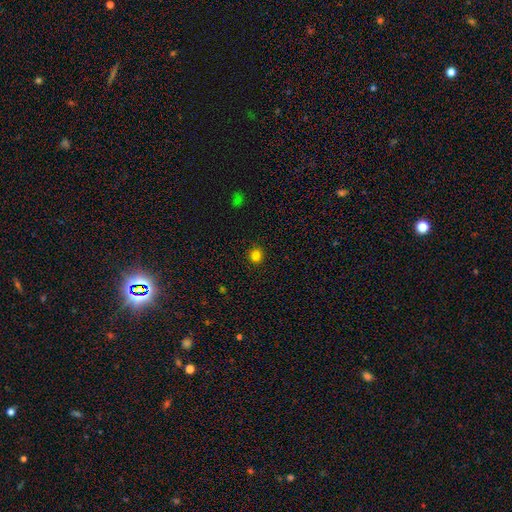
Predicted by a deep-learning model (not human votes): Smooth or featured: smooth — 82% (star or artifact — 14%)
How rounded: round — 89% (in between — 10%)
Merging: none — 92% (minor disturbance — 5%)